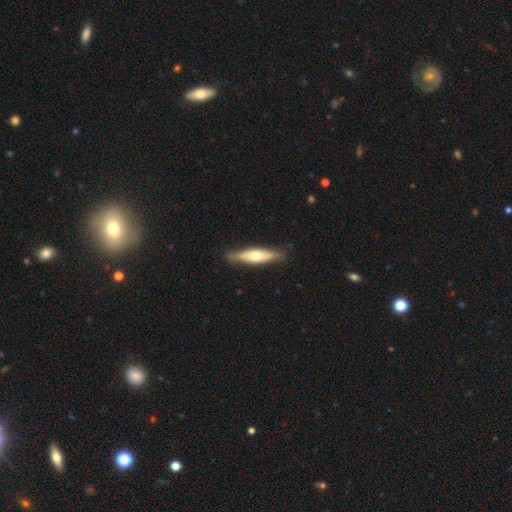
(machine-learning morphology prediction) featured or disk 52%, smooth 43%, star or artifact 5%. Down the decision tree: edge-on disk — yes (85%); merging — none (84%).